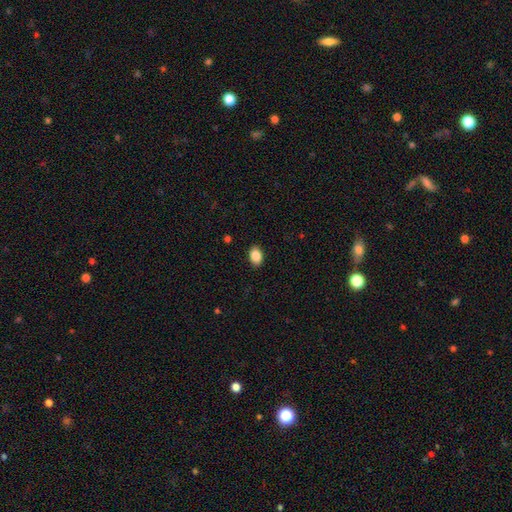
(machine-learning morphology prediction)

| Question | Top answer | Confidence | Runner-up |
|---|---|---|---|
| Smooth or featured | smooth | 87% | star or artifact (8%) |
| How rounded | in between | 81% | round (18%) |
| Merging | none | 89% | minor disturbance (8%) |